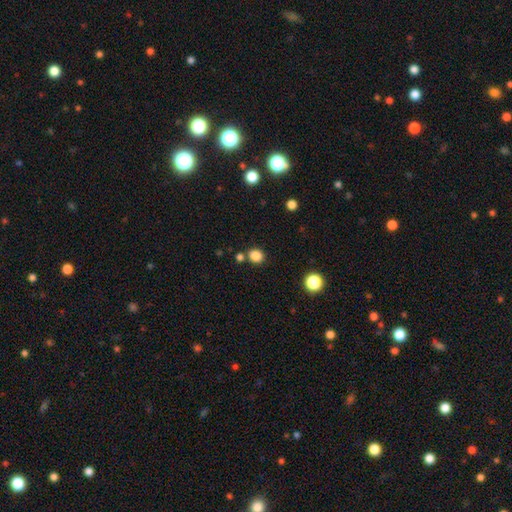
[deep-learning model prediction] Morphology: type=smooth (83%); roundness=round (73%); merging=none (78%).